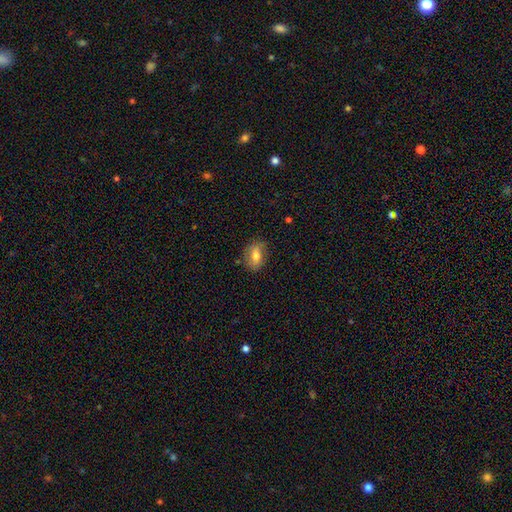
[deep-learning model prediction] Smooth or featured? smooth (69%)
How rounded? in between (79%)
Merging? none (78%)